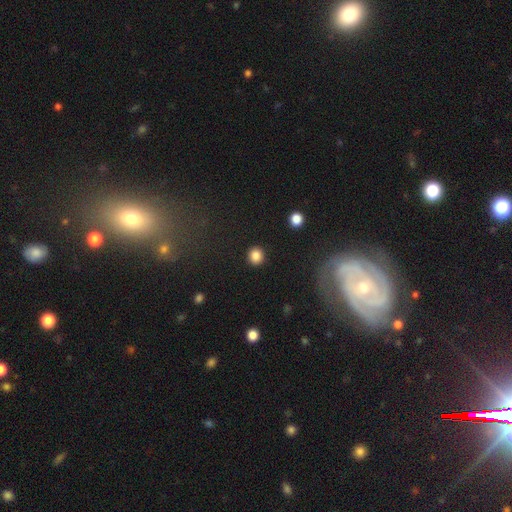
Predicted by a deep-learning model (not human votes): Smooth or featured?
  - smooth: 87% *
  - star or artifact: 10%
  - featured or disk: 4%
How rounded?
  - round: 89% *
  - in between: 10%
  - cigar-shaped: 1%
Merging?
  - none: 91% *
  - minor disturbance: 5%
  - major disturbance: 2%
  - merger: 1%